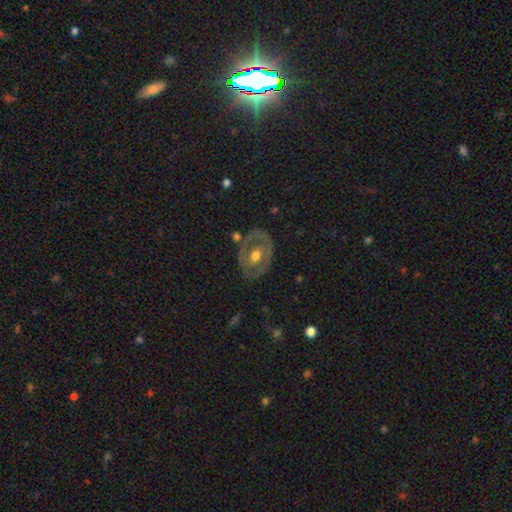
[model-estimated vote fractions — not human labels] Smooth or featured: featured or disk — 60% (smooth — 34%)
Edge-on disk: no — 93% (yes — 7%)
Bar: no — 67% (weak — 25%)
Spiral arms: no — 75% (yes — 25%)
Bulge size: moderate — 70% (large — 19%)
Merging: none — 68% (minor disturbance — 20%)